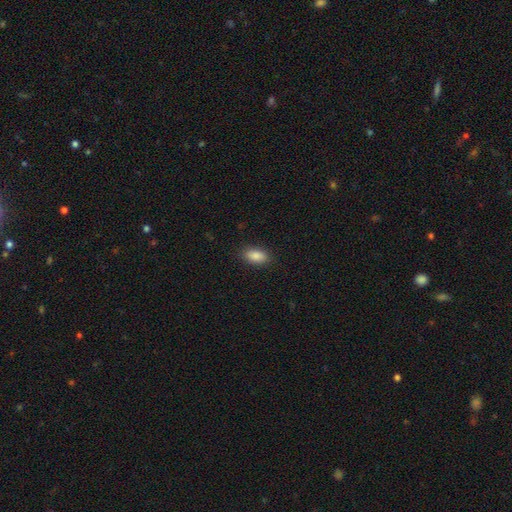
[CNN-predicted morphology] Q: Smooth or featured?
A: smooth (87%); runner-up: star or artifact (7%)
Q: How rounded?
A: in between (89%); runner-up: cigar-shaped (7%)
Q: Merging?
A: none (88%); runner-up: minor disturbance (9%)